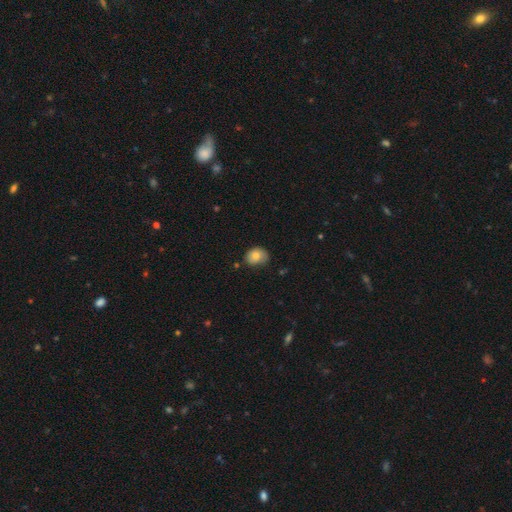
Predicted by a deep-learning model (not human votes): The model was most divided on "how rounded": round: 50%, in between: 49%, cigar-shaped: 1%. More confident: smooth or featured — smooth (76%); merging — none (65%).